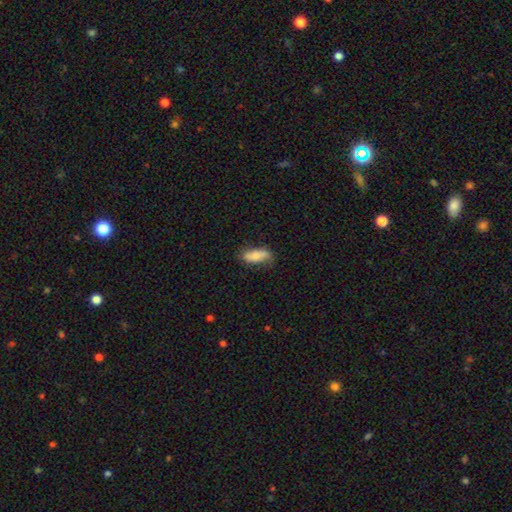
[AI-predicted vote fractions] smooth-or-featured: smooth: 74% | featured or disk: 20% | star or artifact: 6%
  how-rounded: in between: 79% | cigar-shaped: 19% | round: 3%
  merging: none: 68% | minor disturbance: 25% | major disturbance: 6% | merger: 2%